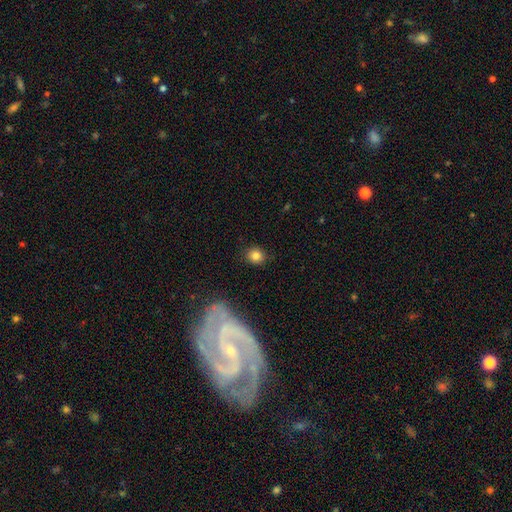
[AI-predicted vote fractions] Smooth or featured?
  - smooth: 82% *
  - star or artifact: 11%
  - featured or disk: 7%
How rounded?
  - round: 80% *
  - in between: 19%
  - cigar-shaped: 1%
Merging?
  - none: 87% *
  - minor disturbance: 9%
  - major disturbance: 3%
  - merger: 2%